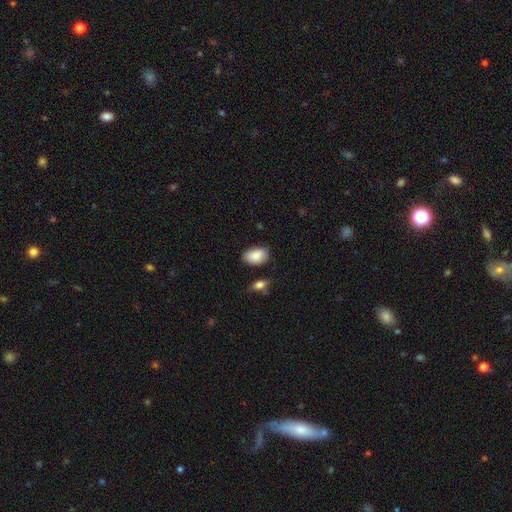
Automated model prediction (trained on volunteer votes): Smooth or featured? Predicted: smooth (p=0.87). How rounded? Predicted: in between (p=0.90). Merging? Predicted: none (p=0.77).